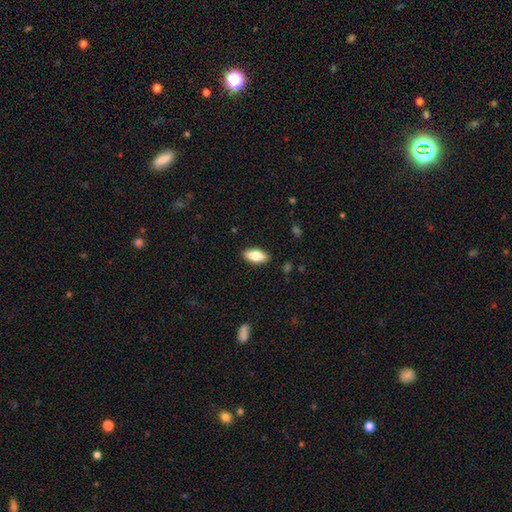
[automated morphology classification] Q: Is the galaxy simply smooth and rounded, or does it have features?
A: smooth — 75%.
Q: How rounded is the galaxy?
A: in between — 85%.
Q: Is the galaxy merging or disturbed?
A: none — 88%.